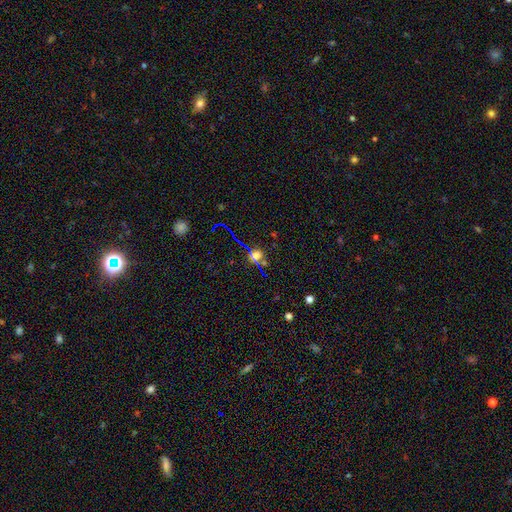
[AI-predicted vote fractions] smooth_or_featured: star or artifact (p=0.52) [alt: smooth p=0.34]